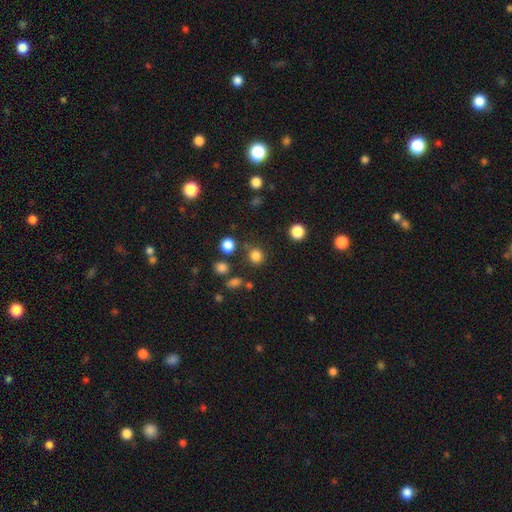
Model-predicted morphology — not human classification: smooth-or-featured: smooth: 81% | star or artifact: 15% | featured or disk: 4%
  how-rounded: round: 86% | in between: 13% | cigar-shaped: 1%
  merging: none: 79% | minor disturbance: 10% | merger: 7% | major disturbance: 4%